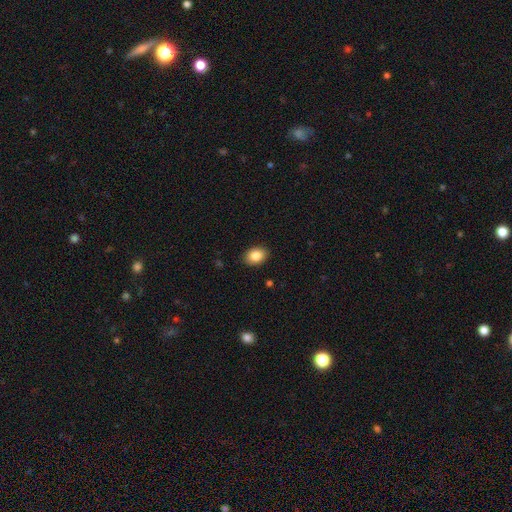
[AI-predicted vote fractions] A smooth galaxy with no disk features (86%) that is in between round and cigar-shaped (68%).

Vote fractions:
- Smooth or featured? smooth: 86% / star or artifact: 8% / featured or disk: 6%
- How rounded? in between: 68% / round: 31% / cigar-shaped: 1%
- Merging? none: 89% / minor disturbance: 8% / major disturbance: 2% / merger: 1%